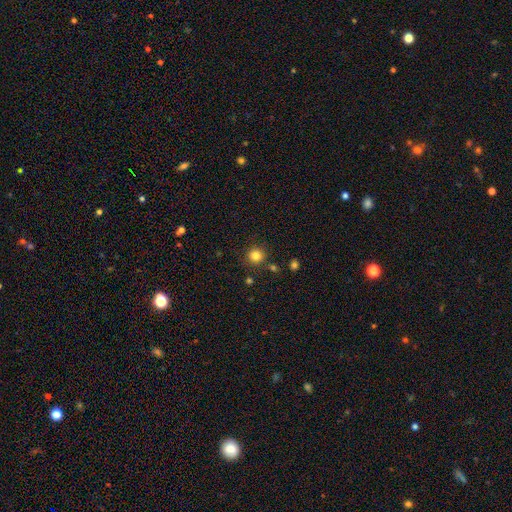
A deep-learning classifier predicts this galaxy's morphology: A smooth galaxy with no disk features (82%) that is round (93%). Merging: none (87%).